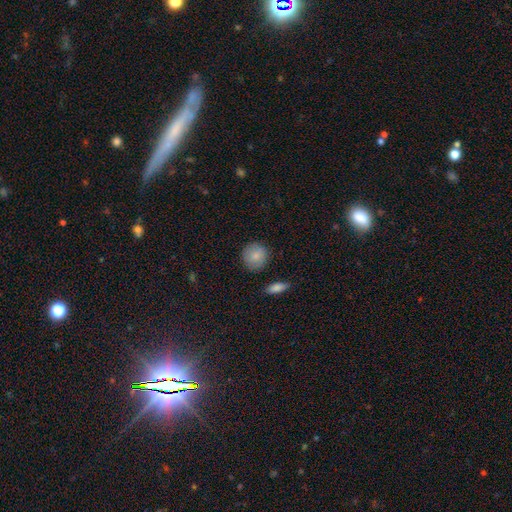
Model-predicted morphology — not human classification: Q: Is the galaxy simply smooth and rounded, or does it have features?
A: smooth — 85%.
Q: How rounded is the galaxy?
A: round — 89%.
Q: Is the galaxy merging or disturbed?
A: none — 87%.